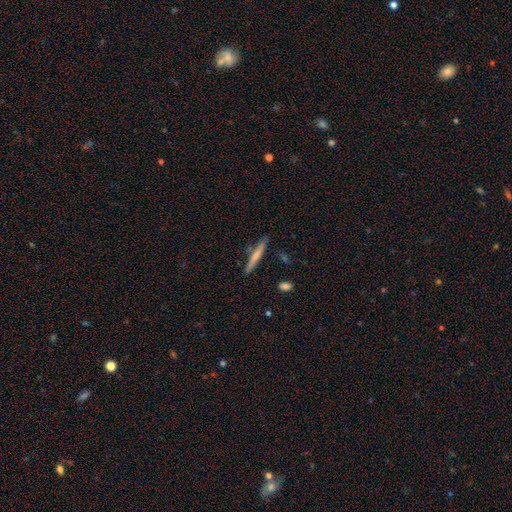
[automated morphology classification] Q: Smooth or featured?
A: smooth (55%); runner-up: featured or disk (38%)
Q: How rounded?
A: cigar-shaped (95%); runner-up: in between (4%)
Q: Merging?
A: none (84%); runner-up: minor disturbance (11%)